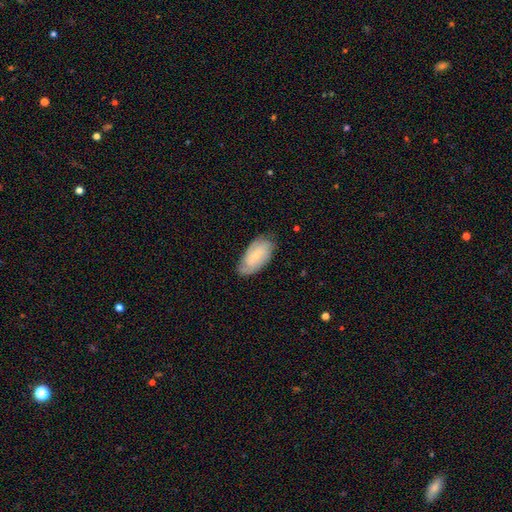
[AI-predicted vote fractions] smooth-or-featured: featured or disk: 53% | smooth: 40% | star or artifact: 7%
  disk-edge-on: no: 93% | yes: 7%
  merging: none: 73% | minor disturbance: 22% | major disturbance: 4% | merger: 1%